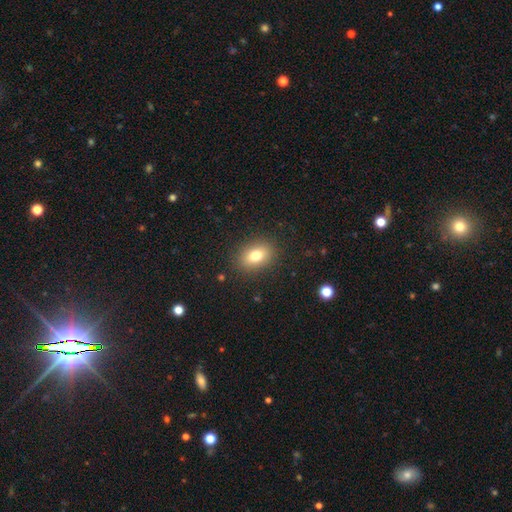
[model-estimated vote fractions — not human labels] smooth_or_featured: smooth (p=0.79) [alt: featured or disk p=0.11]
how_rounded: in between (p=0.73) [alt: round p=0.26]
merging: none (p=0.87) [alt: minor disturbance p=0.09]